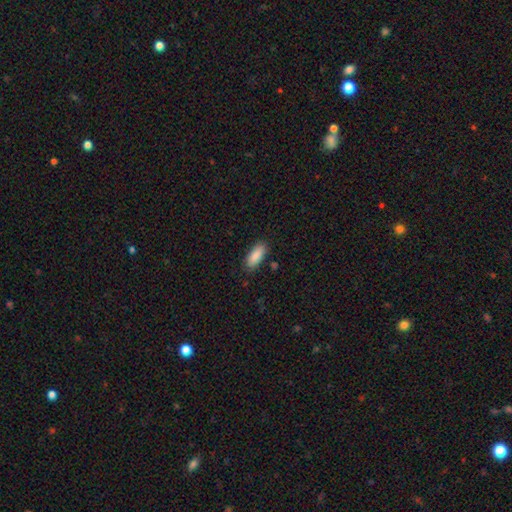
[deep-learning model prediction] Overall: smooth (89%). How rounded: in between (79%). Merging: none (86%).